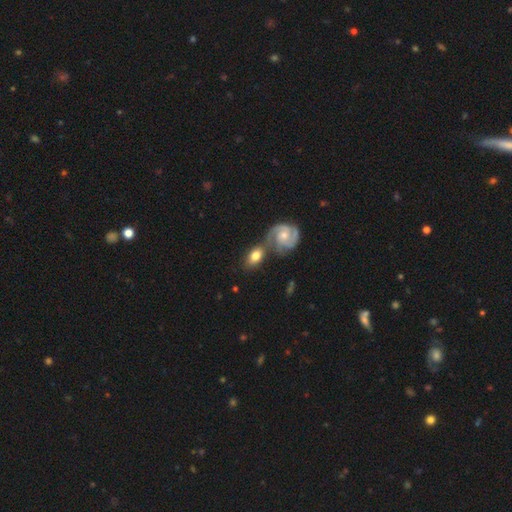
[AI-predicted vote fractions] Smooth or featured? Predicted: smooth (p=0.53). How rounded? Predicted: in between (p=0.83). Merging? Predicted: none (p=0.45).